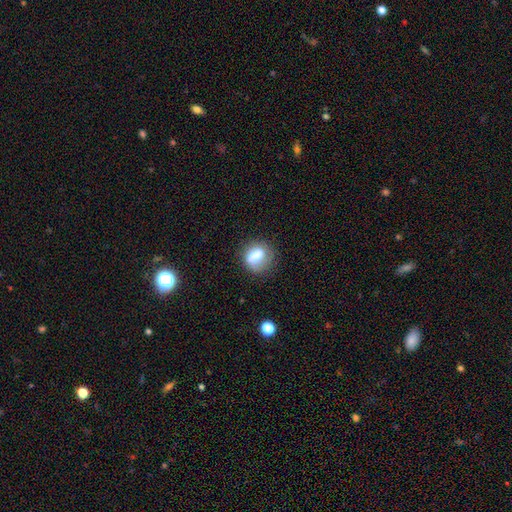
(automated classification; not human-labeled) This appears to be a smooth galaxy with no disk features (72%) that is round (60%). Merging: none (62%).